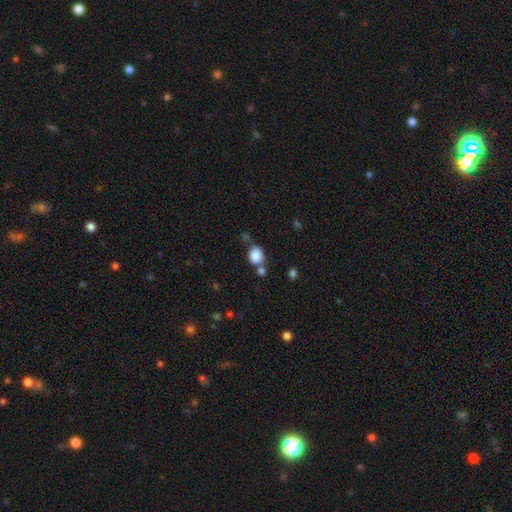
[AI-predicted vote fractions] A smooth galaxy with no disk features (85%) that is round (55%).

Vote fractions:
- Smooth or featured? smooth: 85% / star or artifact: 9% / featured or disk: 5%
- How rounded? round: 55% / in between: 44% / cigar-shaped: 1%
- Merging? none: 56% / merger: 22% / minor disturbance: 15% / major disturbance: 6%